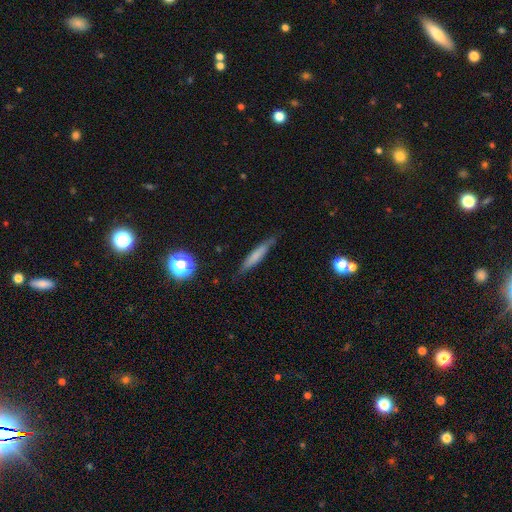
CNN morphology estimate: The model was most divided on "smooth or featured": smooth: 66%, featured or disk: 26%, star or artifact: 8%. More confident: how rounded — cigar-shaped (91%); merging — none (82%).